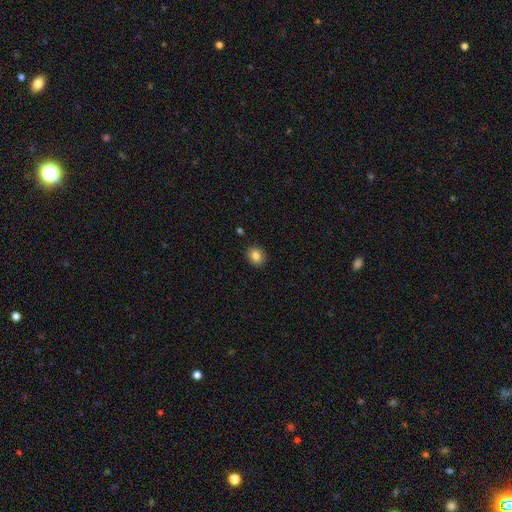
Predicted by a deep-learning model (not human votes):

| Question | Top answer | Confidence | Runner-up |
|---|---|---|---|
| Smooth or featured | smooth | 83% | star or artifact (10%) |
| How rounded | round | 63% | in between (36%) |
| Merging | none | 90% | minor disturbance (7%) |